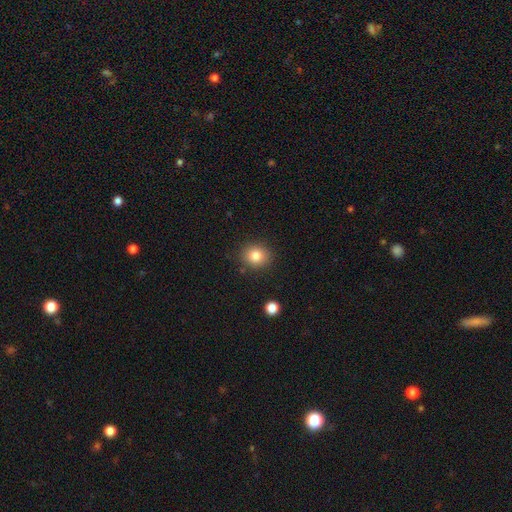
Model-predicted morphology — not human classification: smooth-or-featured: smooth: 83% | star or artifact: 10% | featured or disk: 7%
  how-rounded: round: 77% | in between: 22% | cigar-shaped: 1%
  merging: none: 87% | minor disturbance: 8% | major disturbance: 3% | merger: 2%